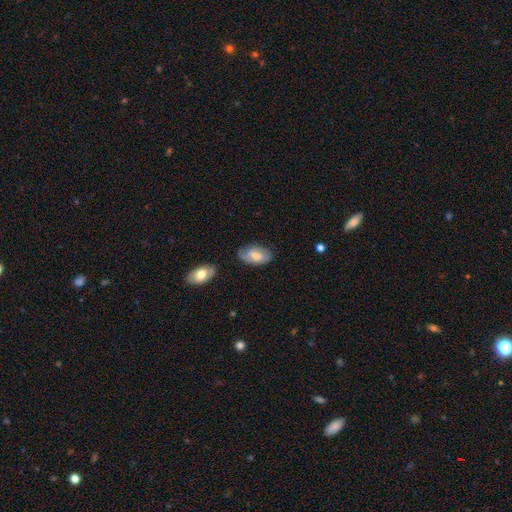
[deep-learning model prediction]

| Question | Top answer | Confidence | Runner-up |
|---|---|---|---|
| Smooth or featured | smooth | 53% | featured or disk (40%) |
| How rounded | in between | 93% | round (4%) |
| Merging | none | 68% | minor disturbance (23%) |